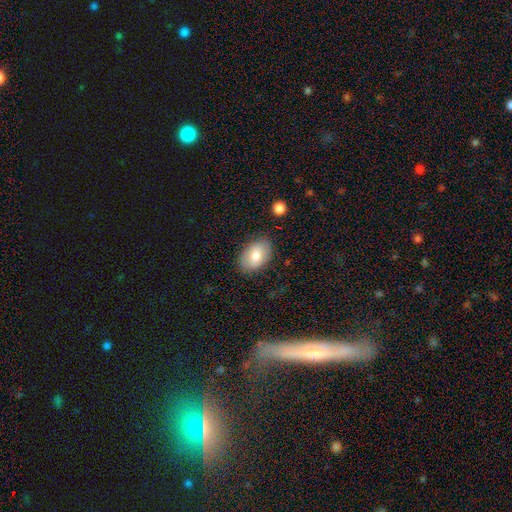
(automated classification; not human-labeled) Morphology: type=smooth (76%); roundness=in between (90%); merging=none (82%).